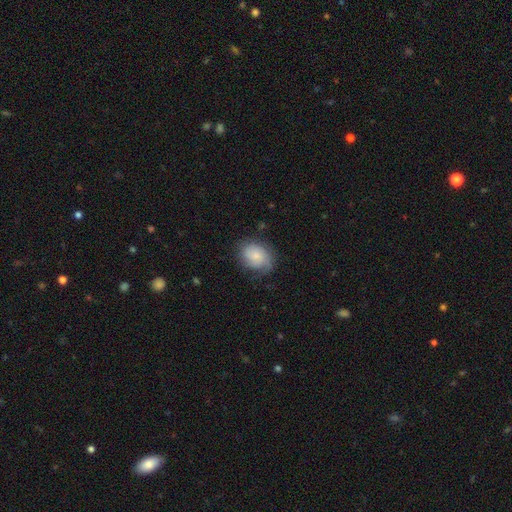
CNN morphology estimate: The model was most divided on "how rounded": in between: 58%, round: 41%, cigar-shaped: 1%. More confident: merging — none (63%); smooth or featured — smooth (58%).